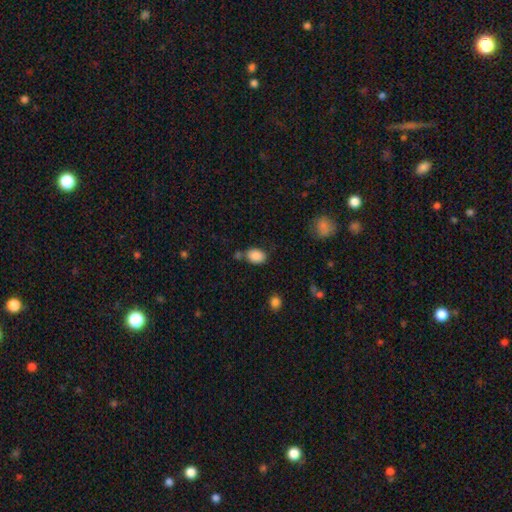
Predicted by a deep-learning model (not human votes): This is clearly a smooth galaxy (87%). How rounded: likely in between (74%). Merging: likely none (67%).